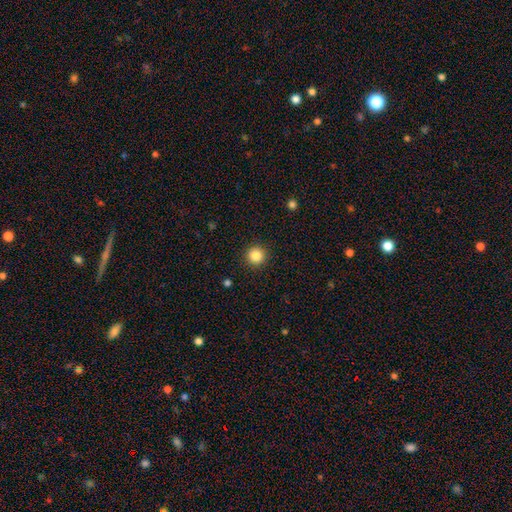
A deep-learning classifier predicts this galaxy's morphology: Overall: smooth (85%). How rounded: round (96%). Merging: none (92%).